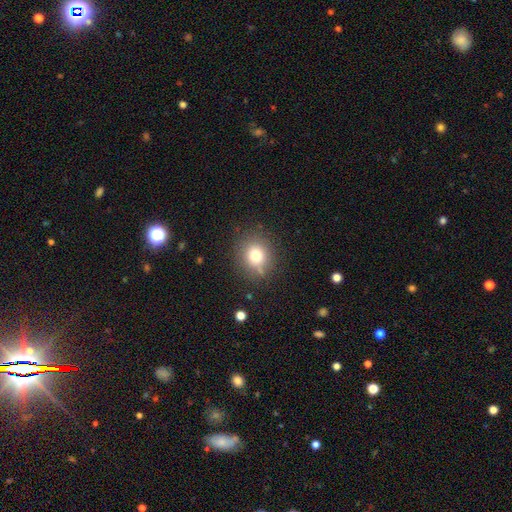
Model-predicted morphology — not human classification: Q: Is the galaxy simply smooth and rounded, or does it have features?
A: smooth — 77%.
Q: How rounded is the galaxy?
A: round — 79%.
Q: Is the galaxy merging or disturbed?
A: none — 79%.